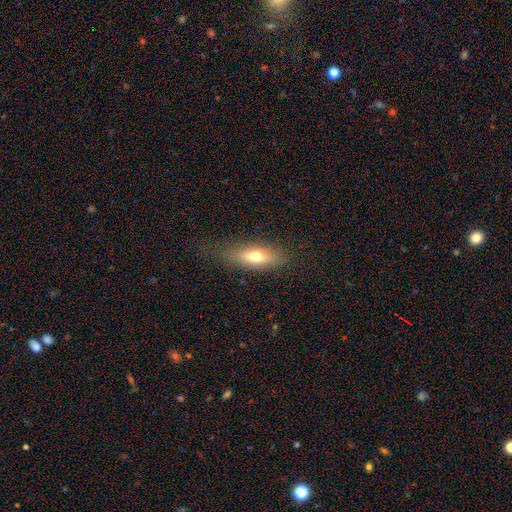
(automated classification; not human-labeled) Smooth or featured? Predicted: smooth (p=0.61). How rounded? Predicted: in between (p=0.57). Merging? Predicted: none (p=0.79).